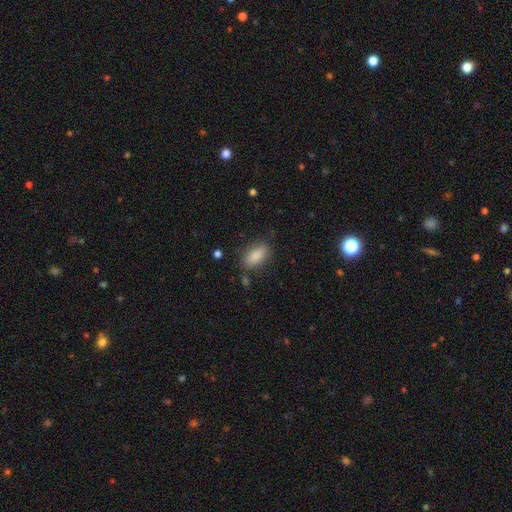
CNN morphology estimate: Q: Smooth or featured?
A: smooth (87%); runner-up: star or artifact (7%)
Q: How rounded?
A: in between (88%); runner-up: cigar-shaped (8%)
Q: Merging?
A: none (81%); runner-up: minor disturbance (13%)